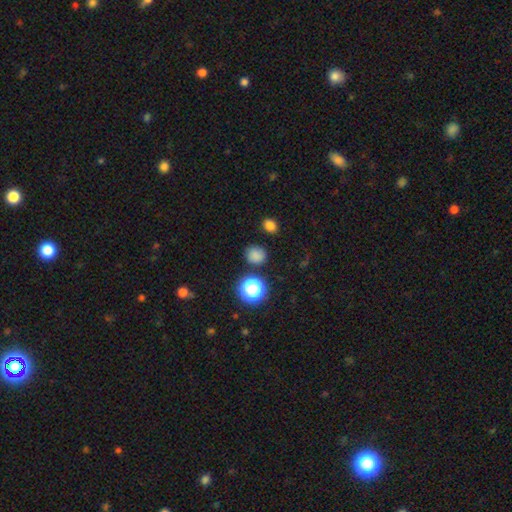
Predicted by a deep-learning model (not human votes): This is likely a smooth galaxy (77%). How rounded: likely round (77%). Merging: clearly none (81%).